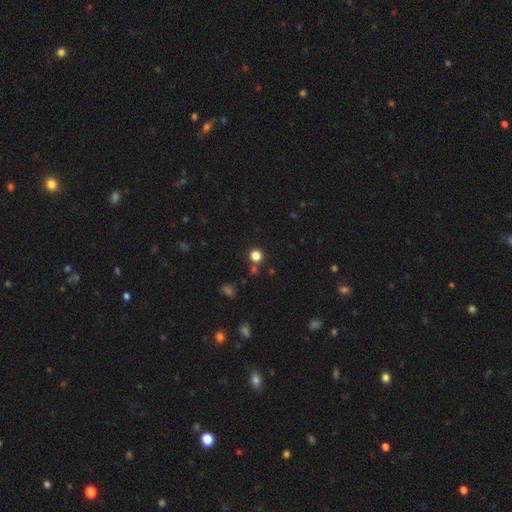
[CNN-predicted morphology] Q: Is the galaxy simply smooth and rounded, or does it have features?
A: smooth — 81%.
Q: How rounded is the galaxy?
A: round — 91%.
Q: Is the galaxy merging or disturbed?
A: none — 82%.